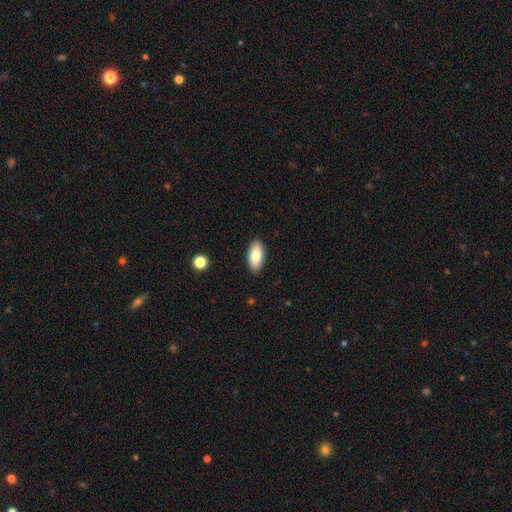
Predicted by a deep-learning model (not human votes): Overall: smooth (84%). How rounded: in between (92%). Merging: none (88%).